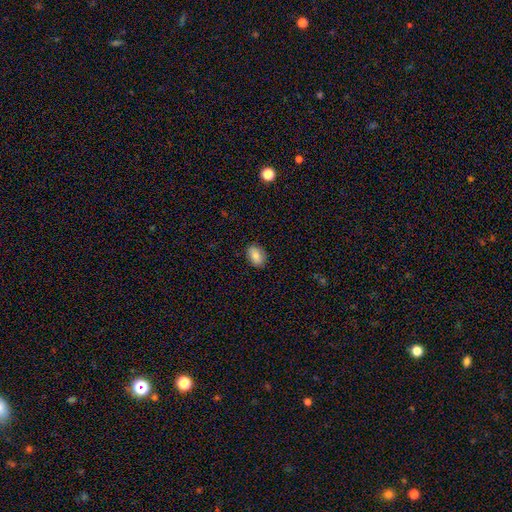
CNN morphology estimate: Smooth or featured? smooth (85%)
How rounded? in between (84%)
Merging? none (88%)